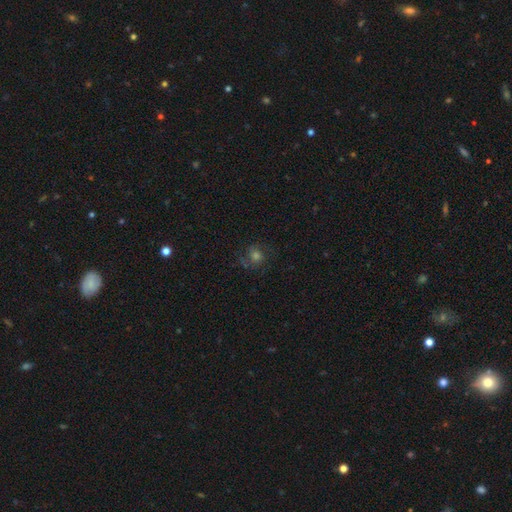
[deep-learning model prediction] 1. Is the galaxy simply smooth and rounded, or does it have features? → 44% featured or disk, 35% smooth, 21% star or artifact.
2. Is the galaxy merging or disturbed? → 68% none, 16% minor disturbance, 13% major disturbance, 2% merger.